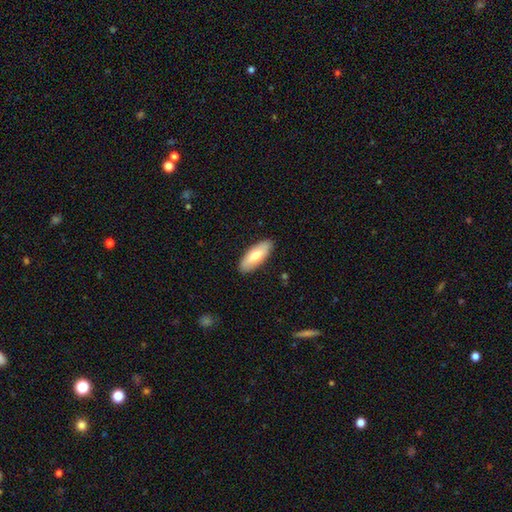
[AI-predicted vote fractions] A smooth galaxy with no disk features (69%) that is in between round and cigar-shaped (77%). Merging: none (89%).